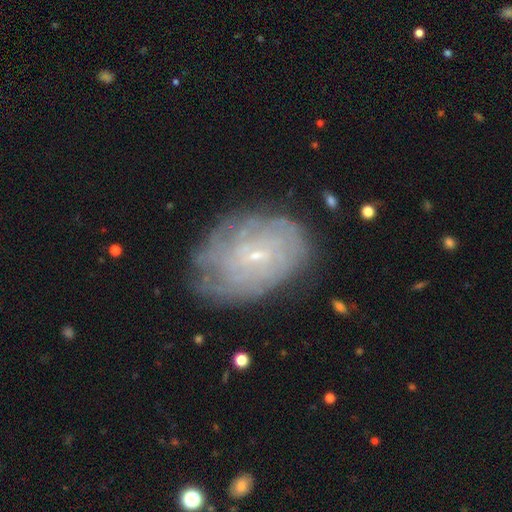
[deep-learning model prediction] Smooth or featured?
  - featured or disk: 74% *
  - smooth: 18%
  - star or artifact: 8%
Edge-on disk?
  - no: 97% *
  - yes: 3%
Bar?
  - no: 54% *
  - weak: 38%
  - strong: 7%
Spiral arms?
  - yes: 85% *
  - no: 15%
Spiral winding?
  - tight: 75% *
  - medium: 19%
  - loose: 7%
Spiral arm count?
  - can't tell: 57% *
  - 4: 12%
  - more than 4: 11%
  - 2: 8%
  - 3: 7%
  - 1: 5%
Bulge size?
  - small: 86% *
  - moderate: 9%
  - none: 3%
  - large: 1%
  - dominant: 1%
Merging?
  - none: 74% *
  - minor disturbance: 18%
  - major disturbance: 6%
  - merger: 2%